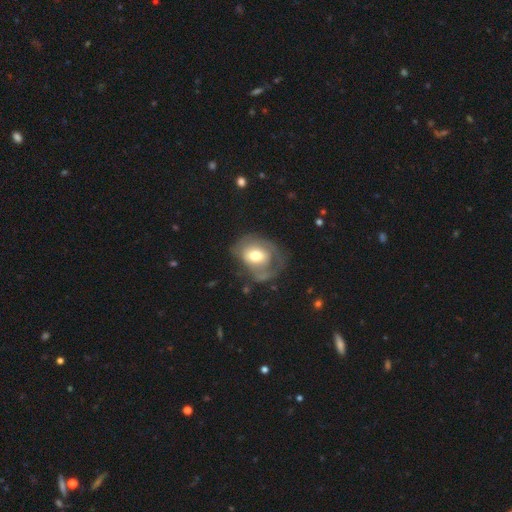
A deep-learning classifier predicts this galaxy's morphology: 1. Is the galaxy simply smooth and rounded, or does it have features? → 50% smooth, 43% featured or disk, 7% star or artifact.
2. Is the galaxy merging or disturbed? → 37% none, 32% major disturbance, 28% minor disturbance, 3% merger.